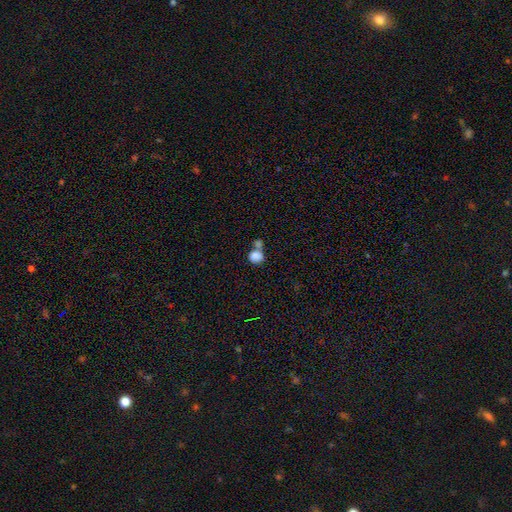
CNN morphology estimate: Overall: smooth (82%). How rounded: round (68%; in between 31%). Merging: merger (55%; none 30%).